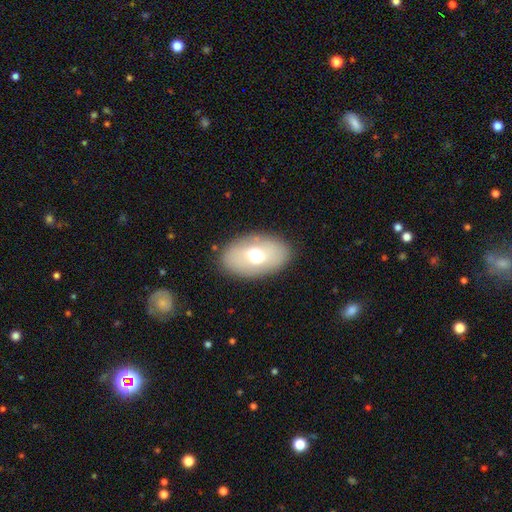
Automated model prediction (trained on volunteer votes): The model was most divided on "smooth or featured": smooth: 62%, featured or disk: 29%, star or artifact: 8%. More confident: how rounded — in between (88%); merging — none (85%).